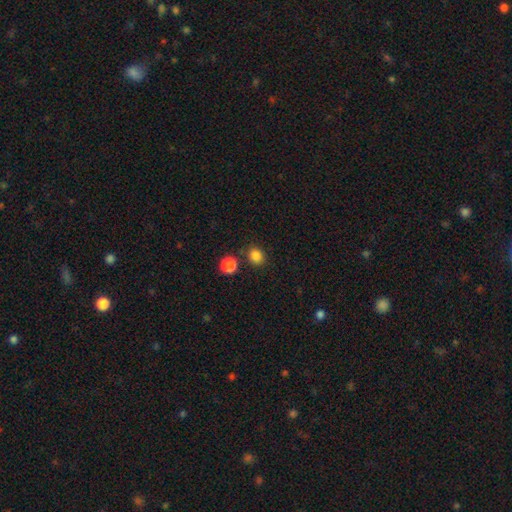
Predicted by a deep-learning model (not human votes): Smooth or featured? smooth (83%)
How rounded? round (72%)
Merging? none (80%)